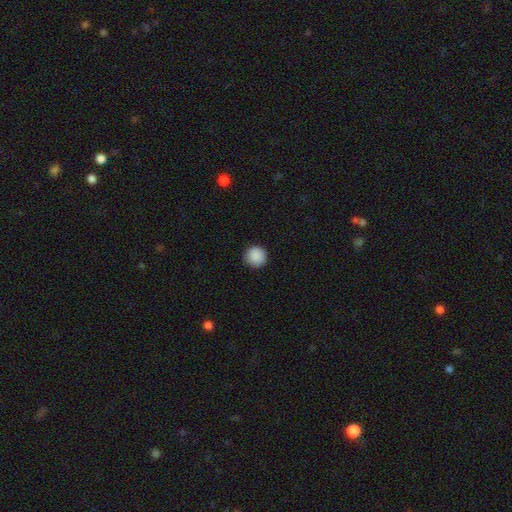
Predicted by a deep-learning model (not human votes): smooth-or-featured: smooth: 90% | star or artifact: 8% | featured or disk: 2%
  how-rounded: round: 96% | in between: 3% | cigar-shaped: 1%
  merging: none: 92% | minor disturbance: 5% | major disturbance: 2% | merger: 1%